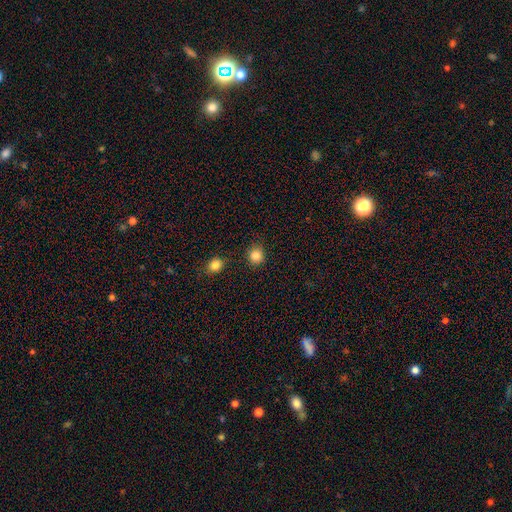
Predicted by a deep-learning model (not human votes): A smooth galaxy with no disk features (85%) that is round (87%).

Vote fractions:
- Smooth or featured? smooth: 85% / star or artifact: 11% / featured or disk: 4%
- How rounded? round: 87% / in between: 12% / cigar-shaped: 1%
- Merging? none: 84% / minor disturbance: 9% / merger: 4% / major disturbance: 3%